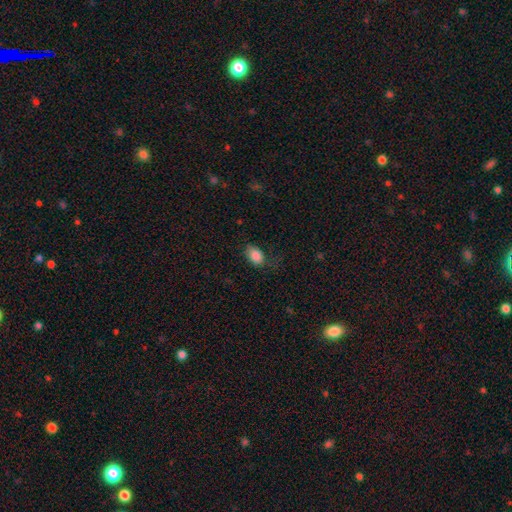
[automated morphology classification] Overall: smooth (86%). How rounded: in between (84%). Merging: none (59%; minor disturbance 26%).